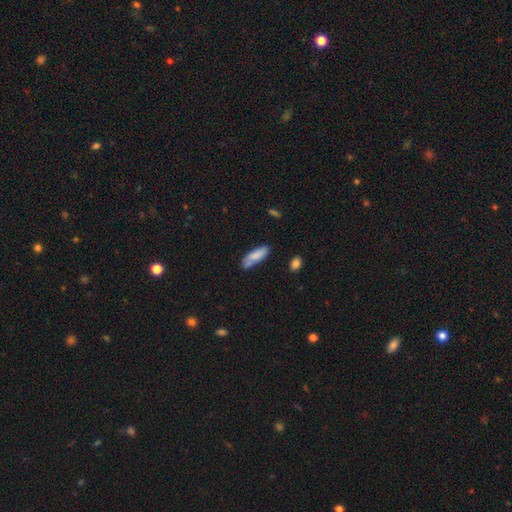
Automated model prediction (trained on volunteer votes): Overall: smooth (77%). How rounded: in between (59%; cigar-shaped 39%). Merging: none (61%; minor disturbance 25%).